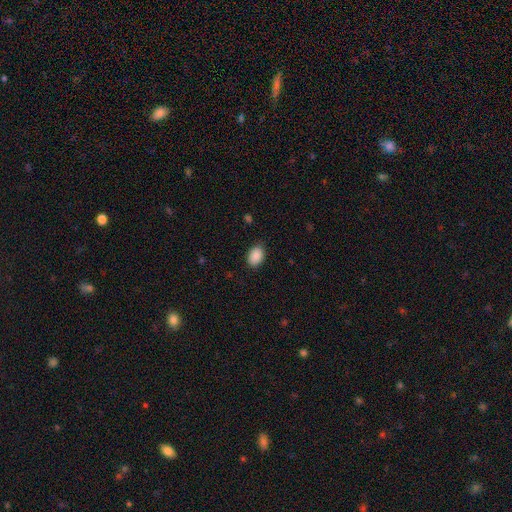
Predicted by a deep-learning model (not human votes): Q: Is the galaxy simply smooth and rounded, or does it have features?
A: smooth — 90%.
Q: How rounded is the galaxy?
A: in between — 83%.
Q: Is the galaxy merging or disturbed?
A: none — 85%.